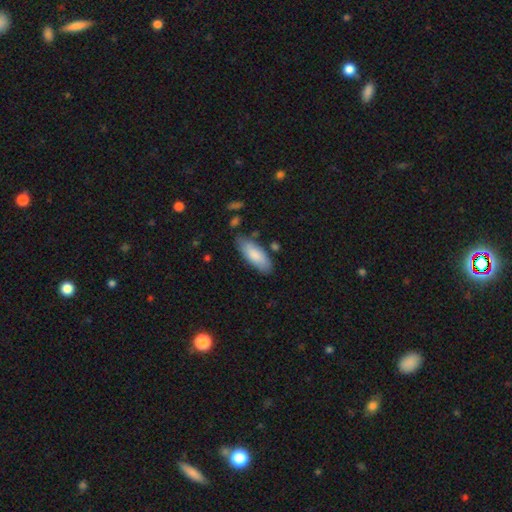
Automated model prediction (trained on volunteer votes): smooth-or-featured: smooth: 83% | featured or disk: 12% | star or artifact: 5%
  how-rounded: in between: 75% | cigar-shaped: 23% | round: 1%
  merging: none: 76% | minor disturbance: 17% | merger: 3% | major disturbance: 3%